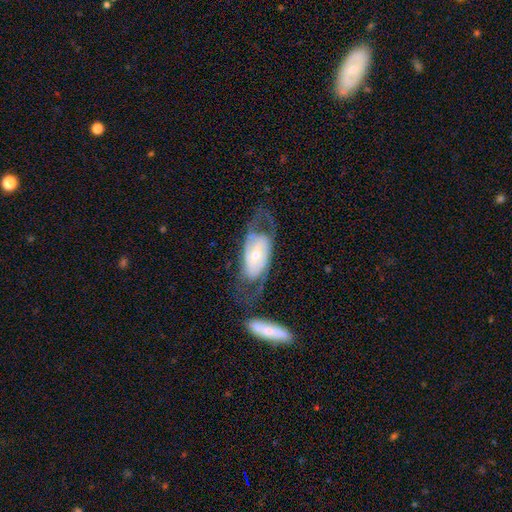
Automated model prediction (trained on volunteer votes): Smooth or featured? Predicted: featured or disk (p=0.75). Edge-on disk? Predicted: no (p=0.90). Bar? Predicted: weak (p=0.37). Spiral arms? Predicted: yes (p=0.78). Spiral winding? Predicted: tight (p=0.41). Spiral arm count? Predicted: 2 (p=0.66). Bulge size? Predicted: small (p=0.57). Merging? Predicted: none (p=0.44).